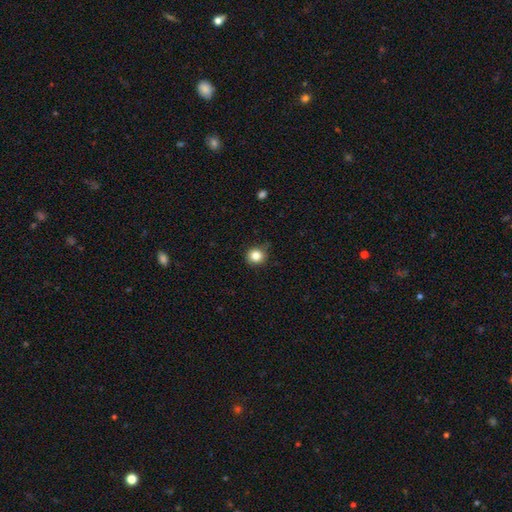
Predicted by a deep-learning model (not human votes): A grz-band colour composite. It shows a smooth galaxy with no disk features (84%) that is round (87%). Merging: none (80%).